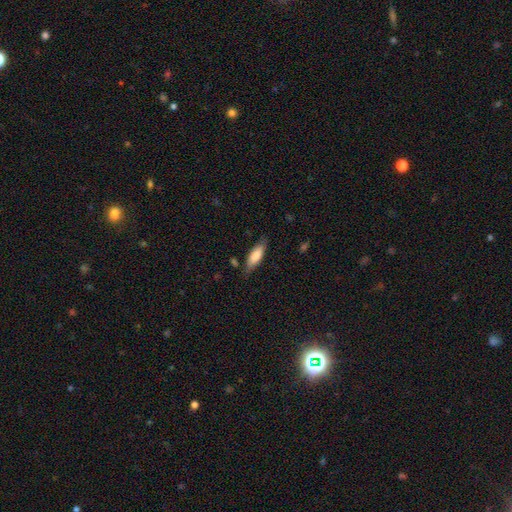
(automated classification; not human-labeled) A smooth galaxy with no disk features (78%) that is in between round and cigar-shaped (55%). Merging: none (76%).